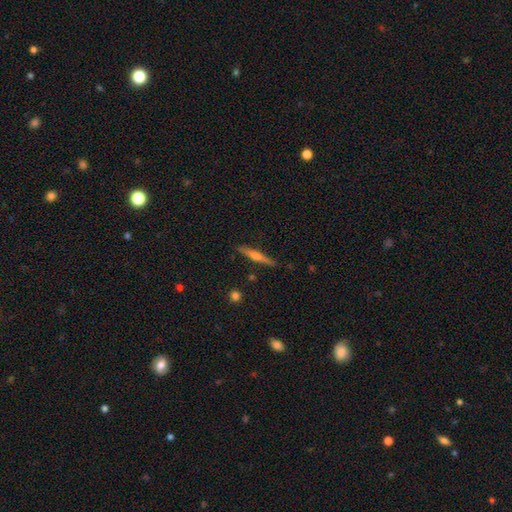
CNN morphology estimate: Smooth or featured: featured or disk — 63% (smooth — 31%)
Edge-on disk: yes — 97% (no — 3%)
Edge-on bulge: rounded — 82% (none — 9%)
Merging: none — 88% (minor disturbance — 8%)